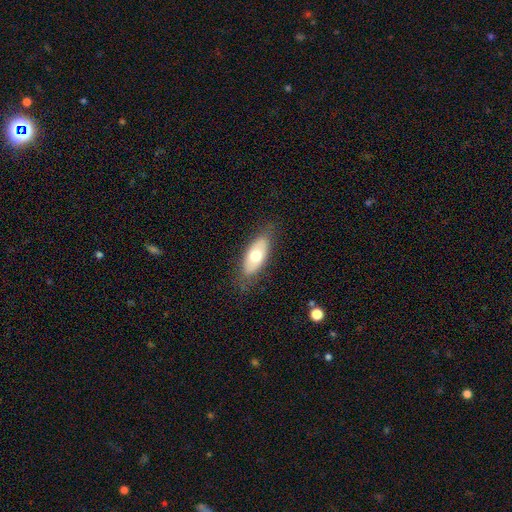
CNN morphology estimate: Smooth or featured: smooth — 64% (featured or disk — 30%)
How rounded: in between — 84% (cigar-shaped — 14%)
Merging: none — 80% (minor disturbance — 15%)